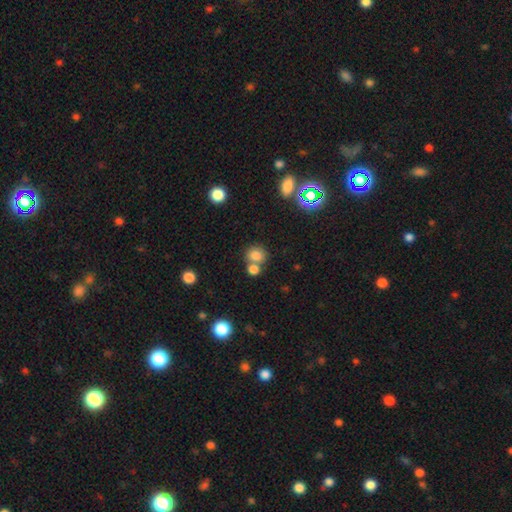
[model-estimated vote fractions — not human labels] A smooth galaxy with no disk features (79%) that is round (61%).

Vote fractions:
- Smooth or featured? smooth: 79% / star or artifact: 12% / featured or disk: 8%
- How rounded? round: 61% / in between: 38% / cigar-shaped: 1%
- Merging? none: 48% / merger: 39% / minor disturbance: 9% / major disturbance: 4%